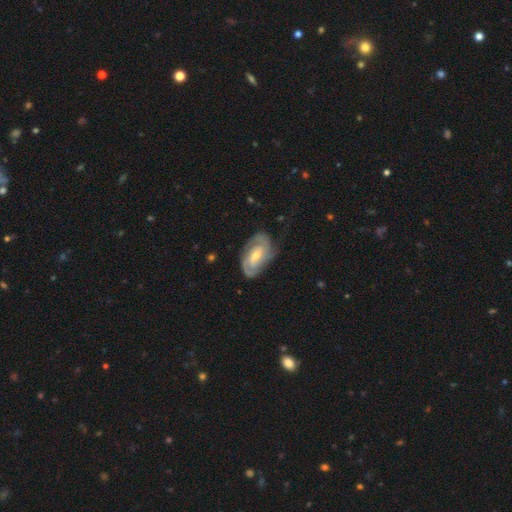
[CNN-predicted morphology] featured or disk 86%, smooth 10%, star or artifact 5%. Down the decision tree: edge-on disk — no (96%); bar — weak (43%); spiral arms — yes (96%); spiral arm count — 2 (50%); spiral winding — tight (60%); bulge size — moderate (58%); merging — none (74%).